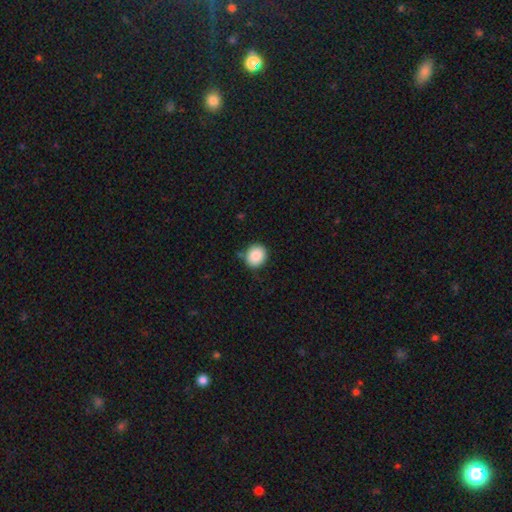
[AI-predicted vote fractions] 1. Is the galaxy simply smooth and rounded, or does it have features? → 88% smooth, 8% star or artifact, 4% featured or disk.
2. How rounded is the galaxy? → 76% round, 23% in between, 1% cigar-shaped.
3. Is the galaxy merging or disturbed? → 81% none, 13% minor disturbance, 3% major disturbance, 3% merger.